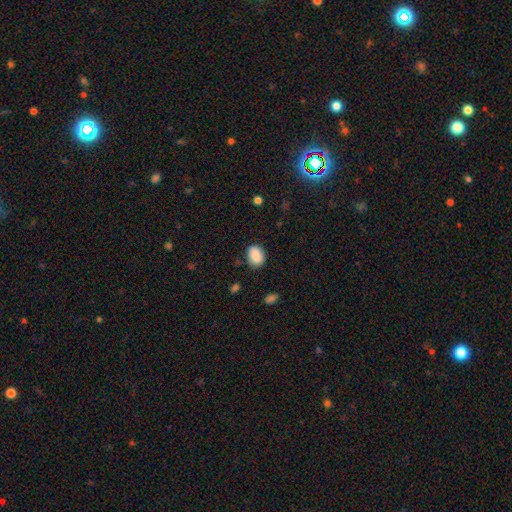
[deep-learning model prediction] The model was most divided on "how rounded": in between: 66%, round: 33%, cigar-shaped: 1%. More confident: smooth or featured — smooth (86%); merging — none (79%).